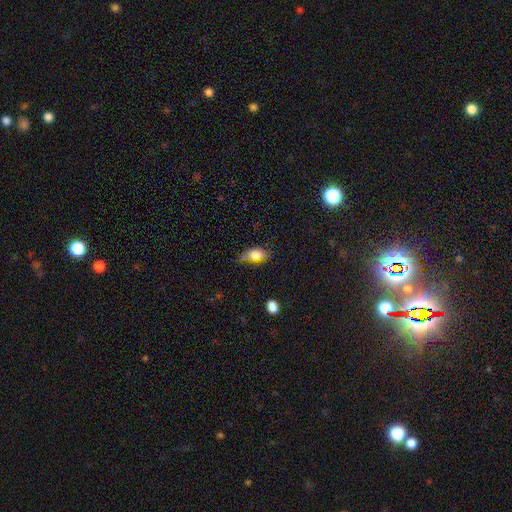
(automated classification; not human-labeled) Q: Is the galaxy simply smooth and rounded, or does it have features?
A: smooth — 75%.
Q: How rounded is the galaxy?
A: in between — 84%.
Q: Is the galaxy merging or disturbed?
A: none — 46%.